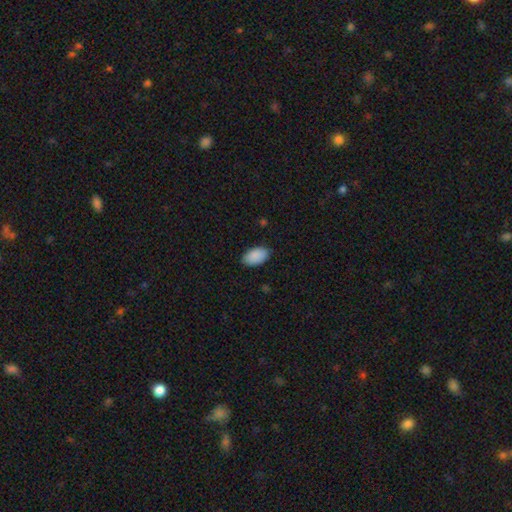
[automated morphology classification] The model was most divided on "merging": none: 85%, minor disturbance: 12%, major disturbance: 2%, merger: 1%. More confident: how rounded — in between (95%); smooth or featured — smooth (90%).